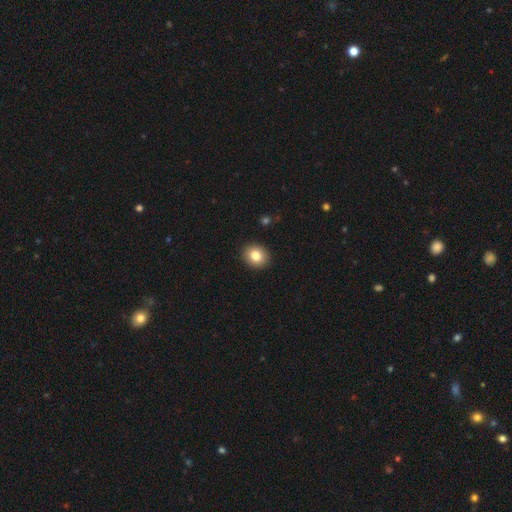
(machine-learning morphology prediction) Smooth or featured? Predicted: smooth (p=0.81). How rounded? Predicted: round (p=0.65). Merging? Predicted: none (p=0.92).